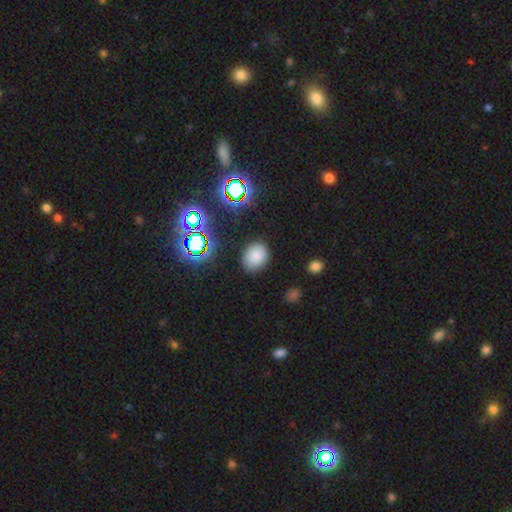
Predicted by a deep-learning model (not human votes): smooth_or_featured: smooth (p=0.79) [alt: star or artifact p=0.15]
how_rounded: in between (p=0.56) [alt: round p=0.43]
merging: none (p=0.85) [alt: minor disturbance p=0.11]